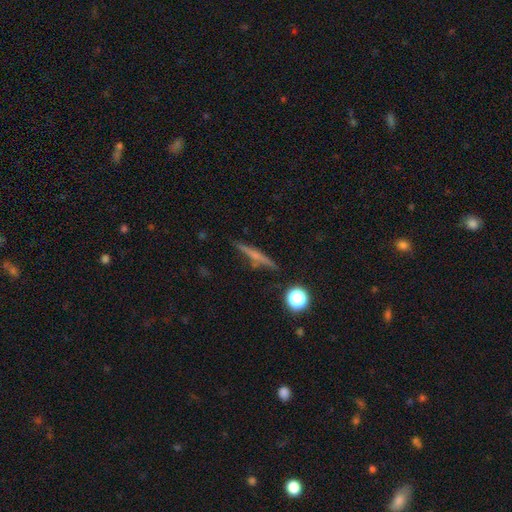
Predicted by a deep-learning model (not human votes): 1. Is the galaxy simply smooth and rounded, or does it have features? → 53% featured or disk, 35% smooth, 12% star or artifact.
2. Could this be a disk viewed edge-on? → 95% yes, 5% no.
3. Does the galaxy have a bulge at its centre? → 47% none, 43% rounded, 10% boxy.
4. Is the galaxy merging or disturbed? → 85% none, 9% minor disturbance, 3% merger, 2% major disturbance.